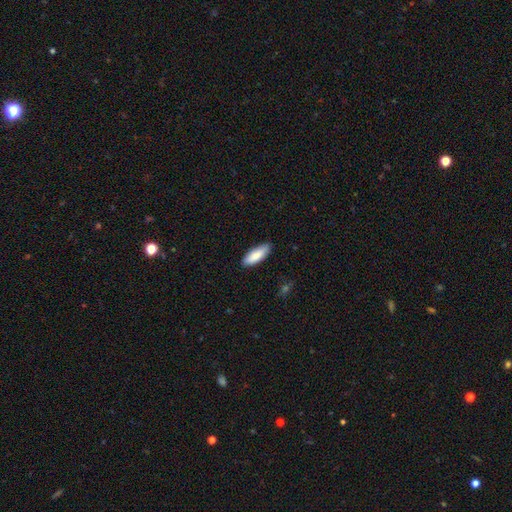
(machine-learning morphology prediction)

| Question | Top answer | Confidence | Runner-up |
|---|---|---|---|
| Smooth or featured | smooth | 86% | featured or disk (9%) |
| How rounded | in between | 62% | cigar-shaped (37%) |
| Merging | none | 87% | minor disturbance (10%) |